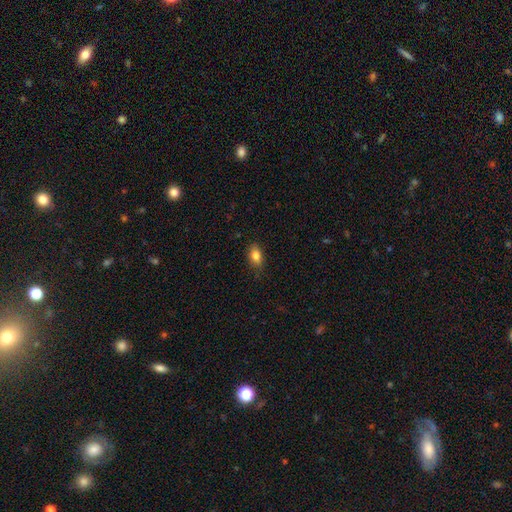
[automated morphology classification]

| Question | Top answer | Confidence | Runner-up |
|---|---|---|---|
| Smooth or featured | smooth | 83% | featured or disk (9%) |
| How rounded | in between | 86% | round (10%) |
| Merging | none | 81% | minor disturbance (15%) |